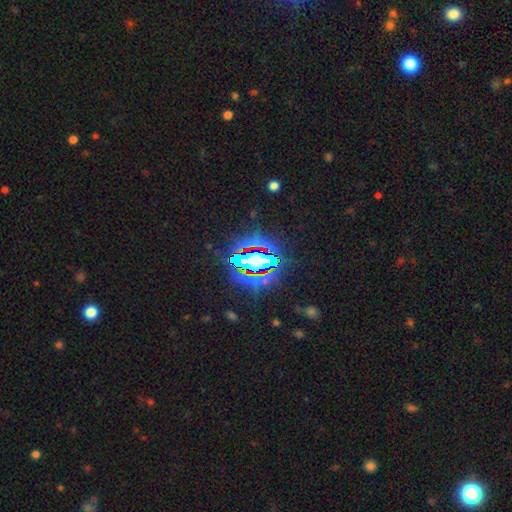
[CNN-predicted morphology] Q: Smooth or featured?
A: star or artifact (79%); runner-up: smooth (12%)